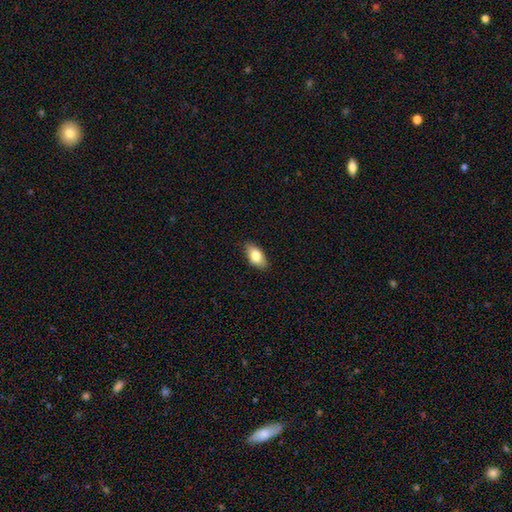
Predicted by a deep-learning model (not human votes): This is clearly a smooth galaxy (81%). How rounded: clearly in between (90%). Merging: clearly none (85%).